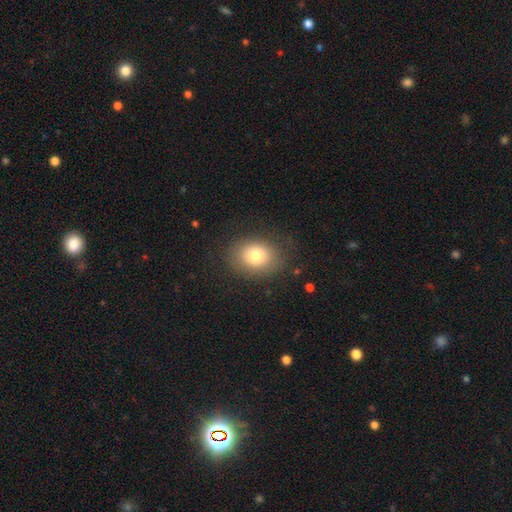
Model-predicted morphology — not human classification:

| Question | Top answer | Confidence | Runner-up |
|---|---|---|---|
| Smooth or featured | smooth | 75% | featured or disk (15%) |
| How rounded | in between | 53% | round (47%) |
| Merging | none | 78% | minor disturbance (14%) |